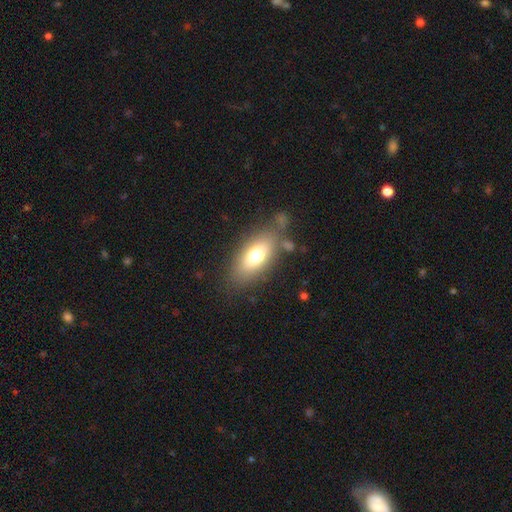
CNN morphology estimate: Smooth or featured? Predicted: smooth (p=0.70). How rounded? Predicted: in between (p=0.83). Merging? Predicted: none (p=0.70).